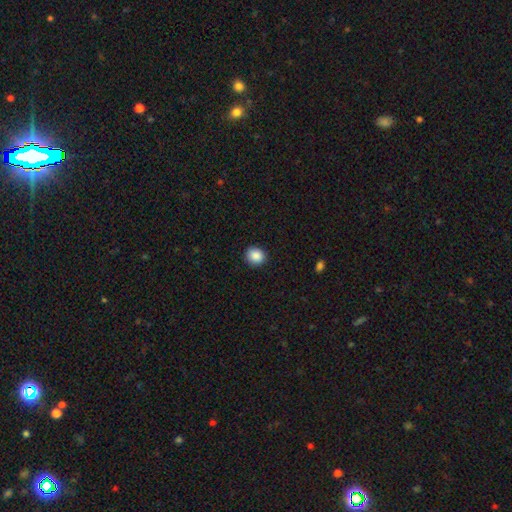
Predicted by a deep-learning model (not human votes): This appears to be a smooth galaxy with no disk features (88%) that is round (78%). Merging: none (90%).